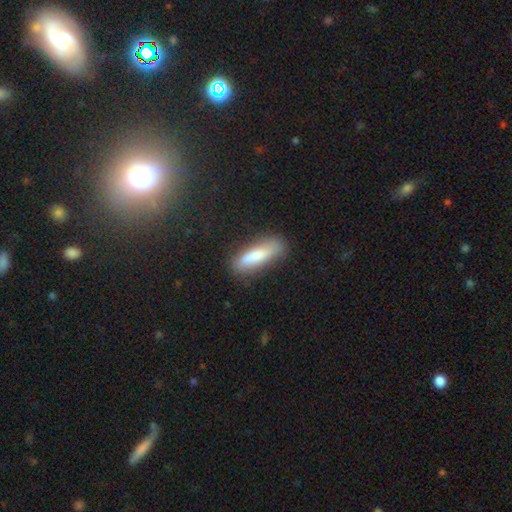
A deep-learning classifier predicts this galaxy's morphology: This appears to be a smooth galaxy with no disk features (76%) that is cigar-shaped (65%). Merging: none (79%).